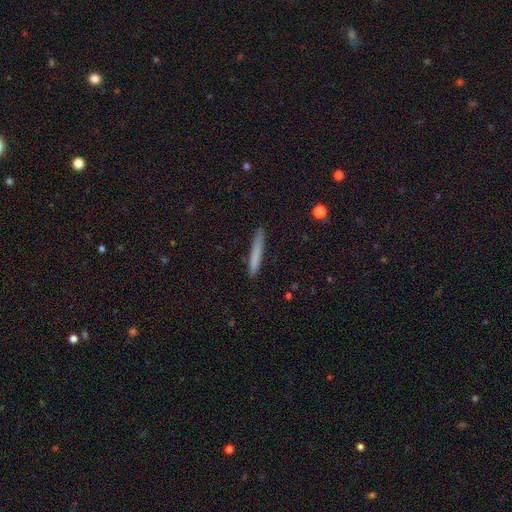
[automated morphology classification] Smooth or featured?
  - smooth: 75% *
  - featured or disk: 19%
  - star or artifact: 7%
How rounded?
  - cigar-shaped: 96% *
  - in between: 3%
  - round: 1%
Merging?
  - none: 89% *
  - minor disturbance: 9%
  - major disturbance: 2%
  - merger: 1%